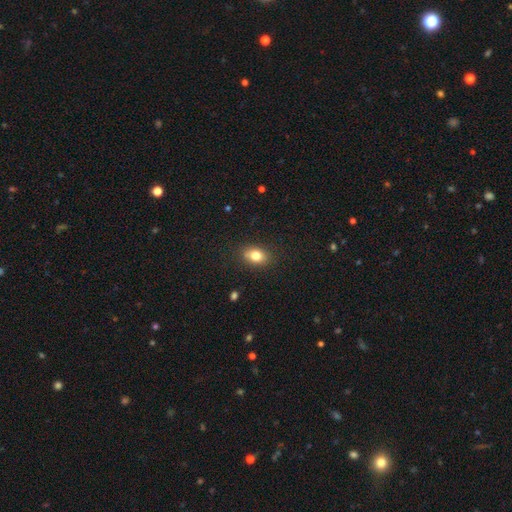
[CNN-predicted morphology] Smooth or featured?
  - smooth: 80% *
  - featured or disk: 10%
  - star or artifact: 10%
How rounded?
  - in between: 76% *
  - round: 22%
  - cigar-shaped: 2%
Merging?
  - none: 85% *
  - minor disturbance: 11%
  - major disturbance: 3%
  - merger: 1%